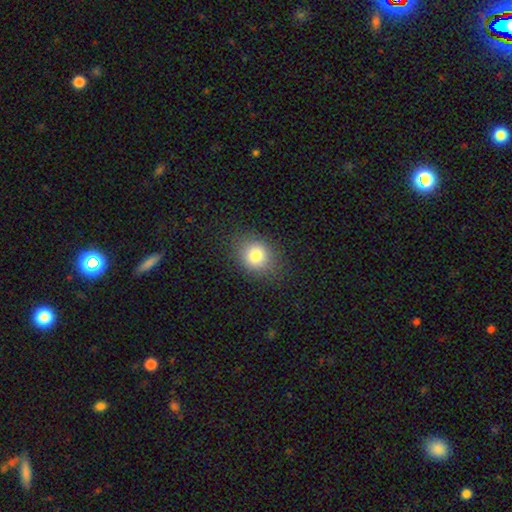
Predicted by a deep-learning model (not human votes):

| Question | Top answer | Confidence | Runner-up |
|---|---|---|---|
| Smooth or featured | smooth | 80% | star or artifact (12%) |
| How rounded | round | 67% | in between (32%) |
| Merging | none | 85% | minor disturbance (10%) |